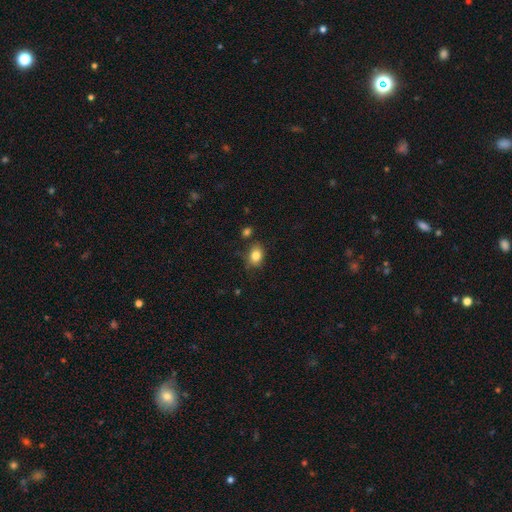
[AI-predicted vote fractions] Q: Smooth or featured?
A: smooth (83%); runner-up: star or artifact (10%)
Q: How rounded?
A: in between (67%); runner-up: round (32%)
Q: Merging?
A: none (75%); runner-up: minor disturbance (17%)